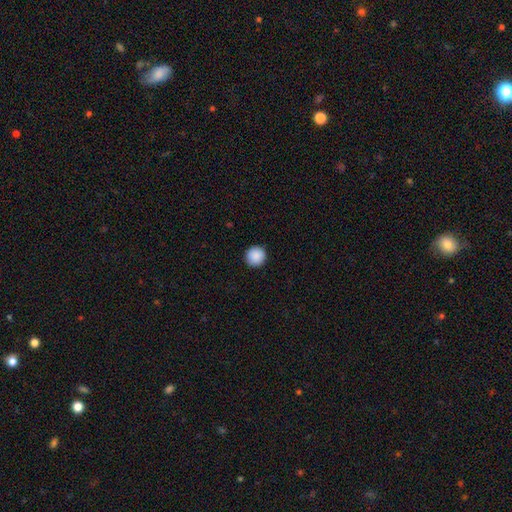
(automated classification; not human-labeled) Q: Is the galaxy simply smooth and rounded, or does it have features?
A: smooth — 90%.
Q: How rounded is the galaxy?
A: round — 96%.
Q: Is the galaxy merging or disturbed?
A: none — 93%.